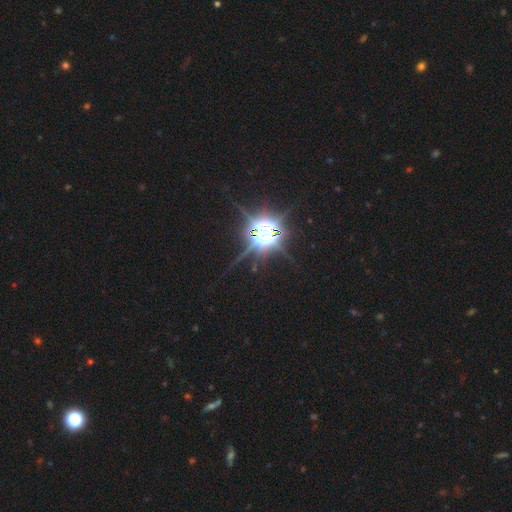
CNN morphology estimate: smooth_or_featured: star or artifact (p=0.86) [alt: smooth p=0.08]